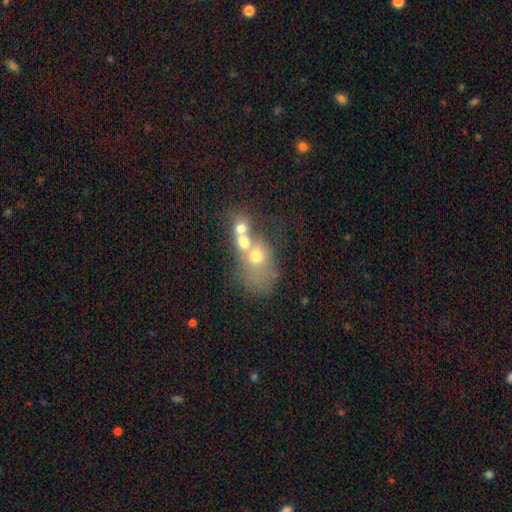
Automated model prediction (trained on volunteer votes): smooth-or-featured: smooth: 47% | featured or disk: 34% | star or artifact: 20%
  merging: merger: 64% | none: 21% | minor disturbance: 8% | major disturbance: 7%